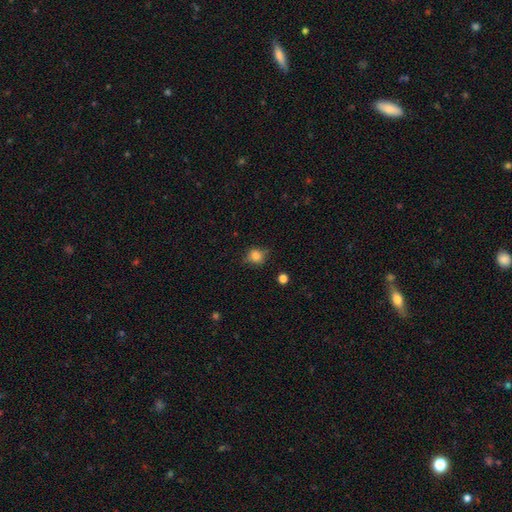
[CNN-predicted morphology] Smooth or featured?
  - smooth: 81% *
  - star or artifact: 11%
  - featured or disk: 8%
How rounded?
  - round: 81% *
  - in between: 18%
  - cigar-shaped: 1%
Merging?
  - none: 73% *
  - minor disturbance: 21%
  - major disturbance: 5%
  - merger: 2%